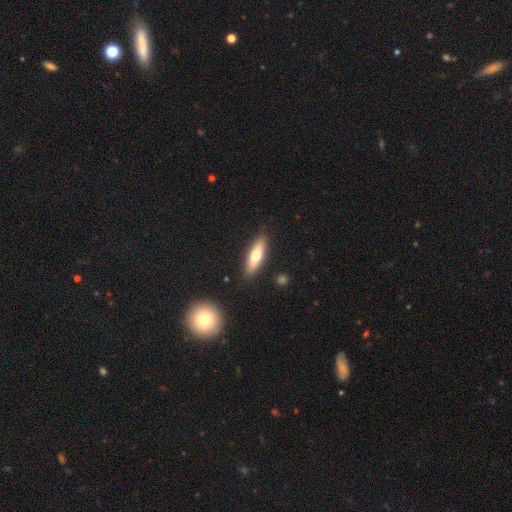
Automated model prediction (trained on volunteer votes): smooth-or-featured: smooth: 59% | featured or disk: 35% | star or artifact: 6%
  how-rounded: cigar-shaped: 60% | in between: 38% | round: 2%
  merging: none: 88% | minor disturbance: 8% | major disturbance: 2% | merger: 2%